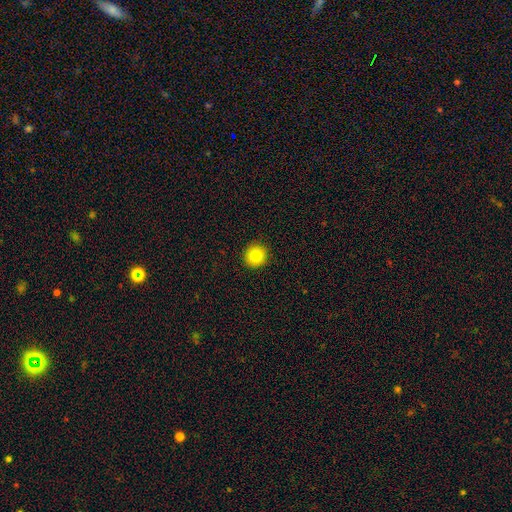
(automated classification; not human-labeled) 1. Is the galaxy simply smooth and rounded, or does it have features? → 83% smooth, 10% star or artifact, 7% featured or disk.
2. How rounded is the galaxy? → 93% round, 6% in between, 1% cigar-shaped.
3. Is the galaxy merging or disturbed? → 93% none, 5% minor disturbance, 2% major disturbance, 1% merger.